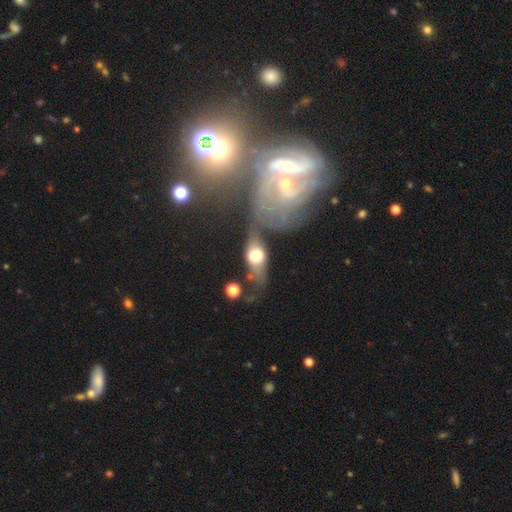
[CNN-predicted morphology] featured or disk 51%, smooth 41%, star or artifact 9%. Down the decision tree: edge-on disk — no (57%); merging — none (34%).